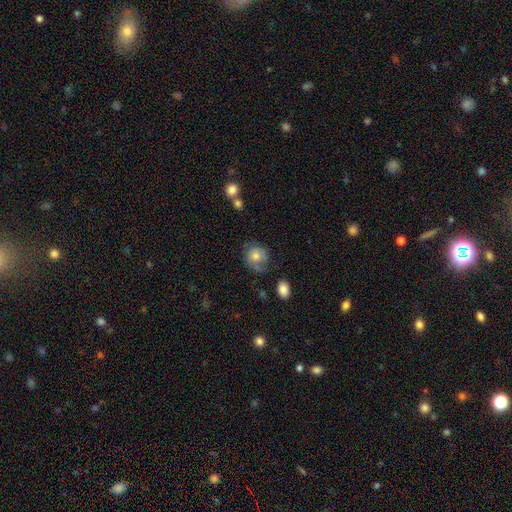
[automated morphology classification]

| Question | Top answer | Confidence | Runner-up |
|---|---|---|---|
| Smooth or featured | smooth | 70% | featured or disk (21%) |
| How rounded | round | 77% | in between (22%) |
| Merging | none | 56% | minor disturbance (27%) |